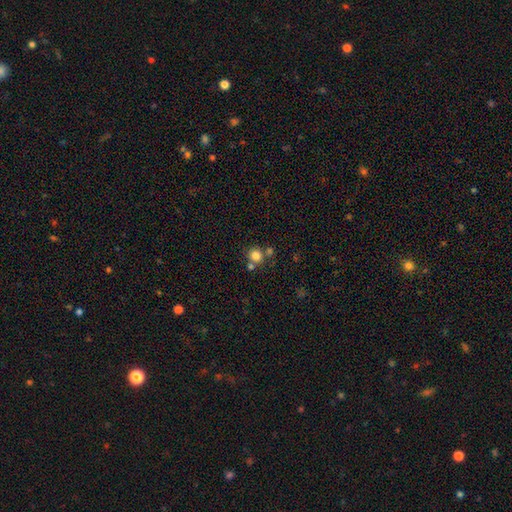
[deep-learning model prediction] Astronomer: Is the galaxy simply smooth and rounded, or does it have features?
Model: smooth — 80%.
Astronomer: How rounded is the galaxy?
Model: round — 91%.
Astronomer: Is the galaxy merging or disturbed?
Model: none — 65%.